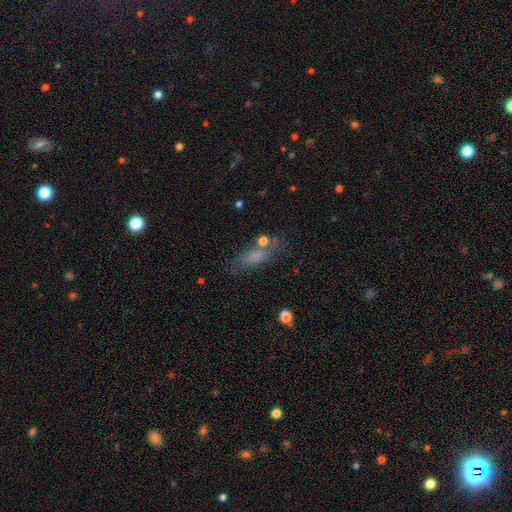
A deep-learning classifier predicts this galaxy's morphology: A smooth galaxy with no disk features (66%) that is in between round and cigar-shaped (59%).

Vote fractions:
- Smooth or featured? smooth: 66% / featured or disk: 19% / star or artifact: 15%
- How rounded? in between: 59% / cigar-shaped: 35% / round: 6%
- Merging? none: 65% / minor disturbance: 18% / major disturbance: 9% / merger: 8%